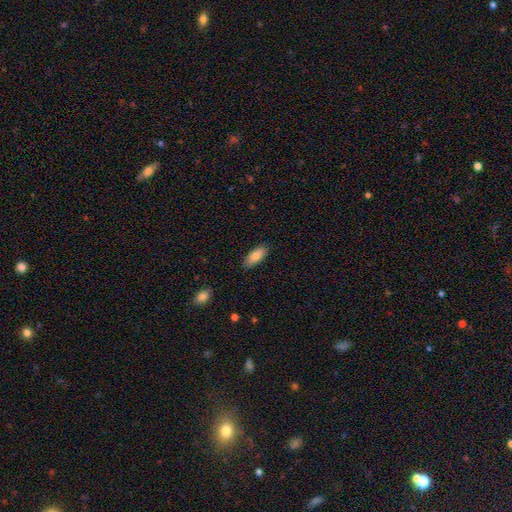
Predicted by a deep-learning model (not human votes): A smooth galaxy with no disk features (81%) that is in between round and cigar-shaped (81%). Merging: none (86%).